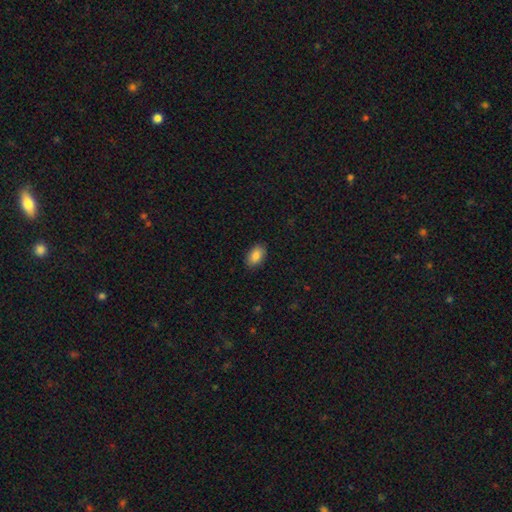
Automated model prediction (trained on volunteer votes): smooth-or-featured: smooth: 86% | star or artifact: 7% | featured or disk: 6%
  how-rounded: in between: 91% | round: 7% | cigar-shaped: 2%
  merging: none: 88% | minor disturbance: 9% | major disturbance: 2% | merger: 1%